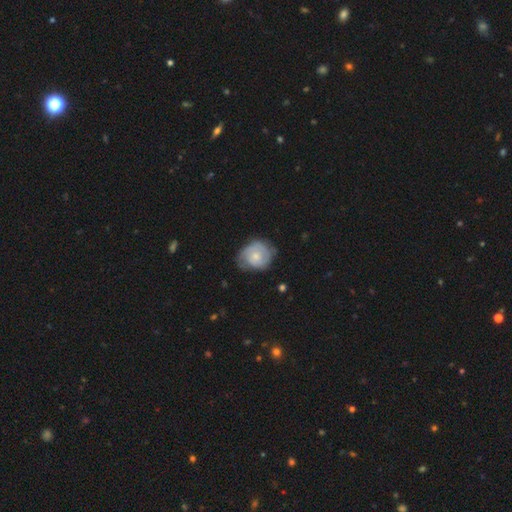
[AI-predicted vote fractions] Q: Smooth or featured?
A: featured or disk (54%); runner-up: smooth (40%)
Q: Edge-on disk?
A: no (97%); runner-up: yes (3%)
Q: Bar?
A: no (78%); runner-up: weak (19%)
Q: Spiral arms?
A: yes (79%); runner-up: no (21%)
Q: Bulge size?
A: small (46%); runner-up: moderate (45%)
Q: Merging?
A: none (60%); runner-up: minor disturbance (29%)